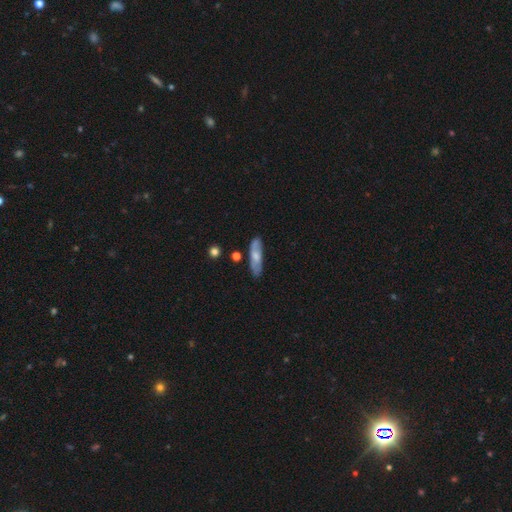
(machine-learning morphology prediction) smooth 55%, featured or disk 39%, star or artifact 6%. Down the decision tree: how rounded — cigar-shaped (53%); merging — none (76%).